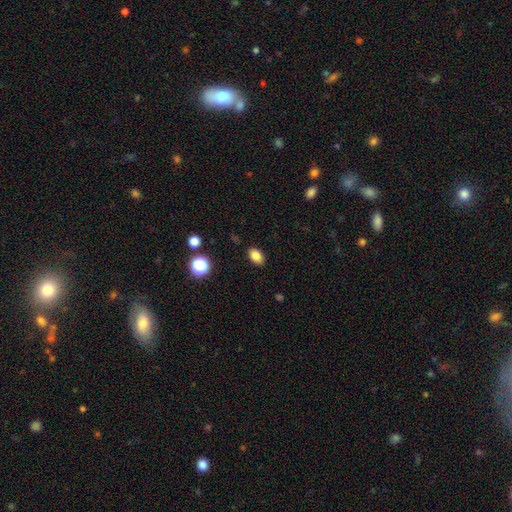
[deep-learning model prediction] smooth_or_featured: smooth (p=0.83) [alt: star or artifact p=0.11]
how_rounded: in between (p=0.85) [alt: round p=0.14]
merging: none (p=0.87) [alt: minor disturbance p=0.09]